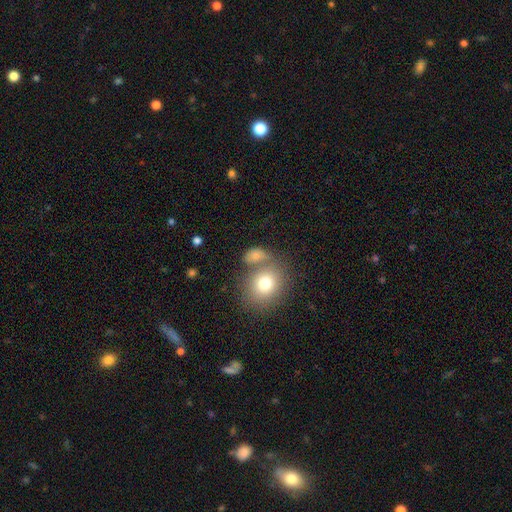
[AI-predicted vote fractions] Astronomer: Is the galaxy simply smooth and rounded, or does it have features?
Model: smooth — 76%.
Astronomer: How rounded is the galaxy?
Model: in between — 59% (runner-up: round, 38%).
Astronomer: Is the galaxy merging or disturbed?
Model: none — 40% (runner-up: merger, 37%).